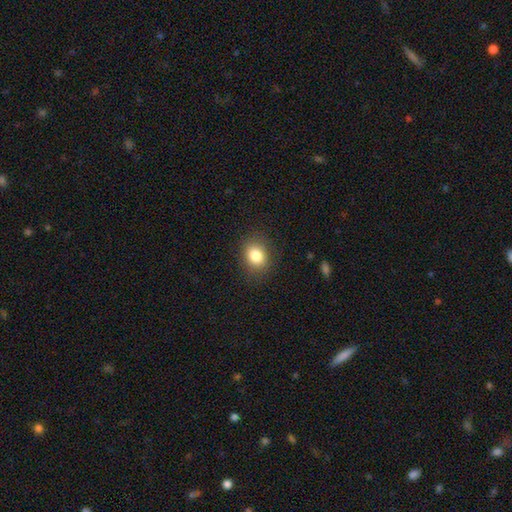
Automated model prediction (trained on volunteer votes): smooth 83%, star or artifact 10%, featured or disk 7%. Down the decision tree: how rounded — round (54%); merging — none (85%).